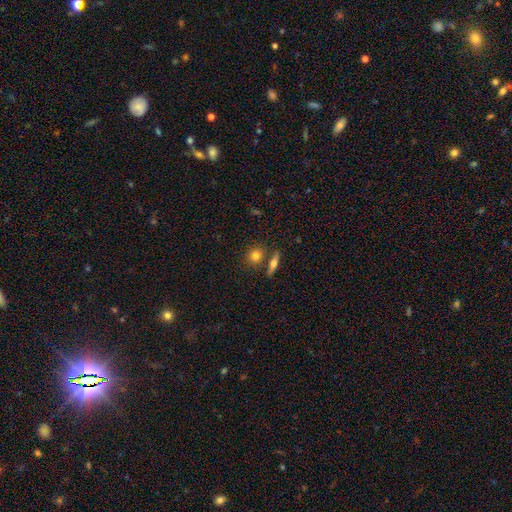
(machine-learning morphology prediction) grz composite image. It shows a smooth galaxy with no disk features (76%) that is round (78%). Merging: none (72%).